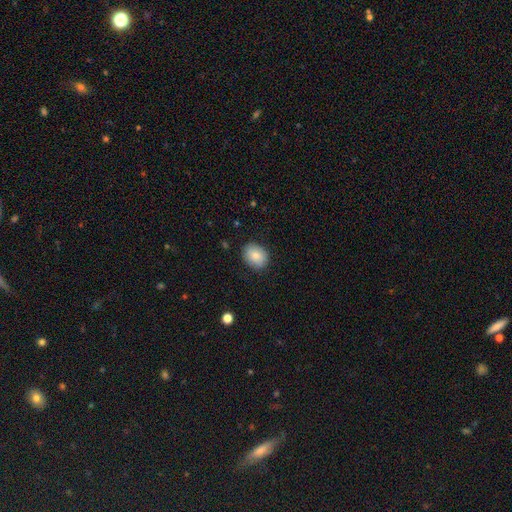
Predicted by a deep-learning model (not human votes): Q: Smooth or featured?
A: smooth (84%); runner-up: featured or disk (8%)
Q: How rounded?
A: in between (60%); runner-up: round (40%)
Q: Merging?
A: none (86%); runner-up: minor disturbance (11%)